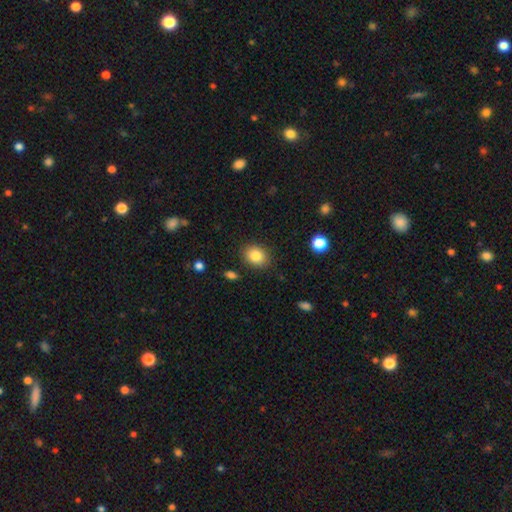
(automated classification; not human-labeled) Smooth or featured: smooth — 85% (star or artifact — 9%)
How rounded: in between — 52% (round — 47%)
Merging: none — 86% (minor disturbance — 9%)